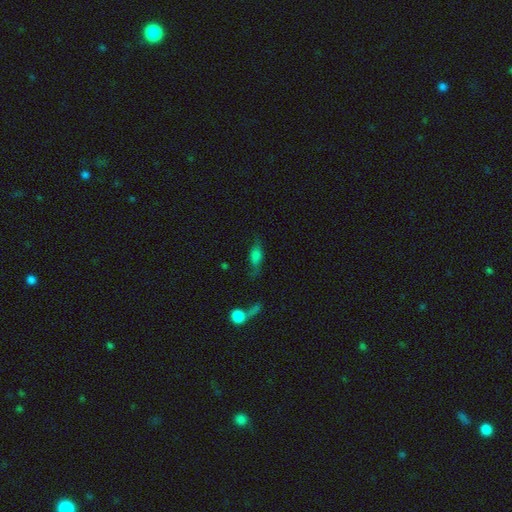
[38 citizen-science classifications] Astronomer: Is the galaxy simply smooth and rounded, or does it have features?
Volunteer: smooth — 76%.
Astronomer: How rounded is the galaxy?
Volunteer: in between — 79%.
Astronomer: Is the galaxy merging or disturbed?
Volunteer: none — 40% (runner-up: minor disturbance, 26%).